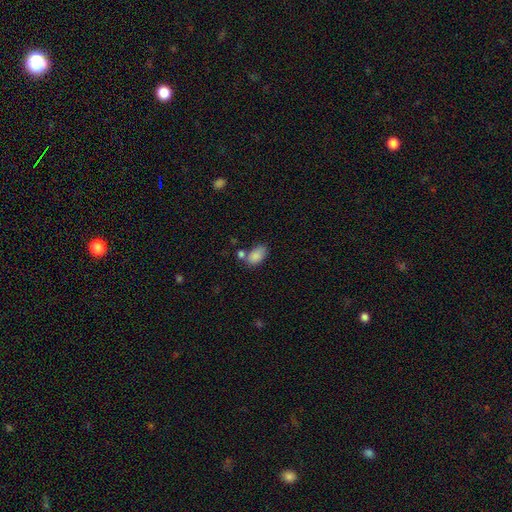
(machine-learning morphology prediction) Overall: smooth (85%). How rounded: in between (91%). Merging: none (52%; merger 21%).